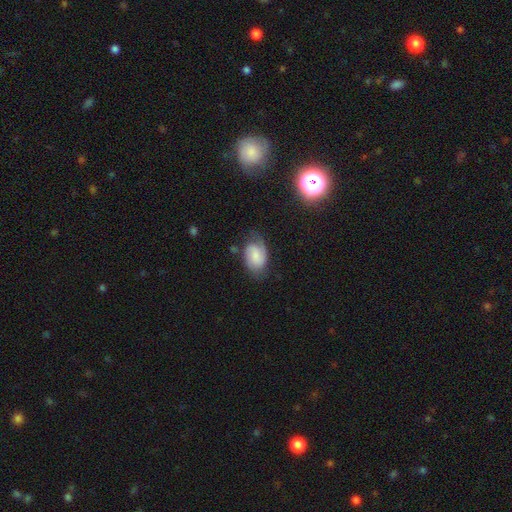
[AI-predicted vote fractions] This is possibly a smooth galaxy (49%). Merging: possibly none (53%).